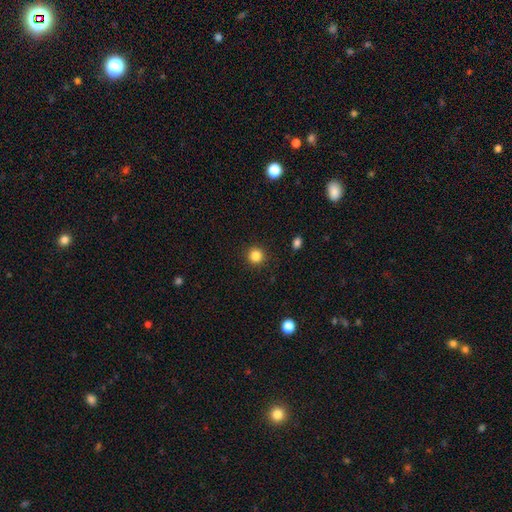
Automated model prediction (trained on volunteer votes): The model was most divided on "smooth or featured": smooth: 84%, star or artifact: 12%, featured or disk: 4%. More confident: how rounded — round (94%); merging — none (92%).